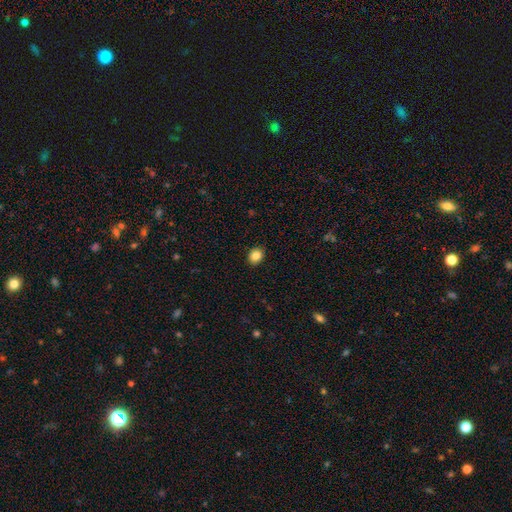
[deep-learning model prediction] Smooth or featured? Predicted: smooth (p=0.85). How rounded? Predicted: round (p=0.57). Merging? Predicted: none (p=0.91).